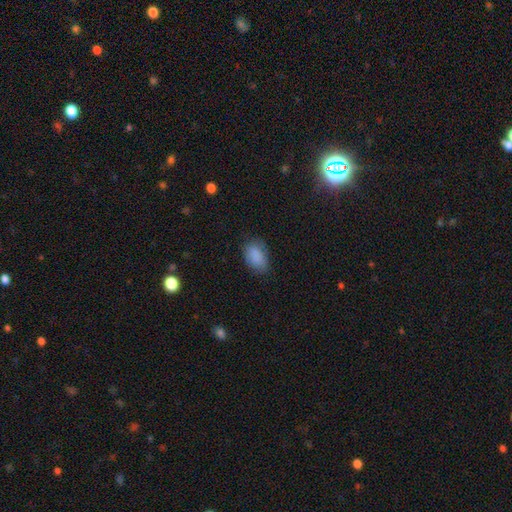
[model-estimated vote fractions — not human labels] Overall: smooth (86%). How rounded: in between (89%). Merging: none (73%).